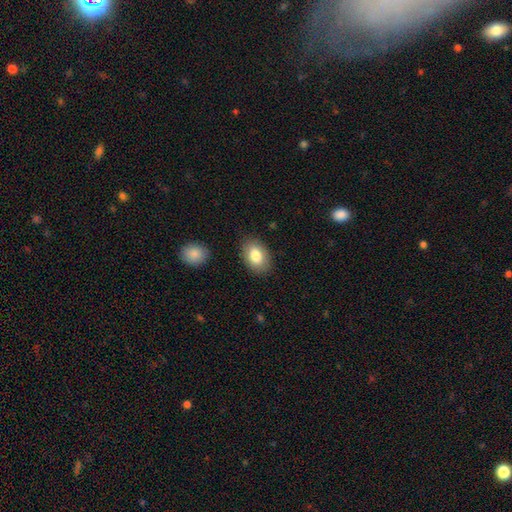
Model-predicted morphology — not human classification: Q: Smooth or featured?
A: smooth (82%); runner-up: featured or disk (10%)
Q: How rounded?
A: in between (88%); runner-up: round (11%)
Q: Merging?
A: none (86%); runner-up: minor disturbance (10%)